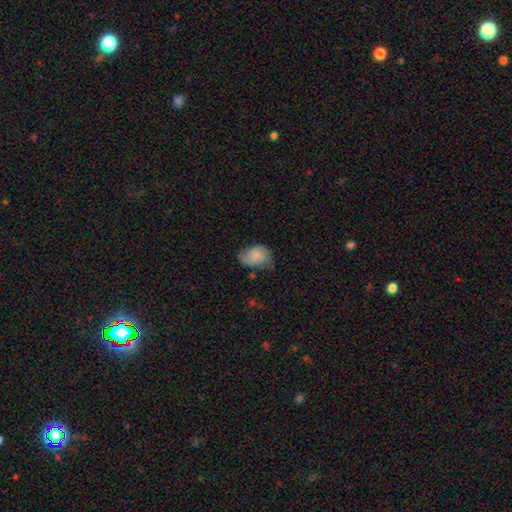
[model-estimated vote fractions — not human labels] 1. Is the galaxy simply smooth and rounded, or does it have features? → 58% smooth, 34% featured or disk, 8% star or artifact.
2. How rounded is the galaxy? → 72% in between, 27% round, 1% cigar-shaped.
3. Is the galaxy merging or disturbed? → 52% none, 34% minor disturbance, 12% major disturbance, 2% merger.